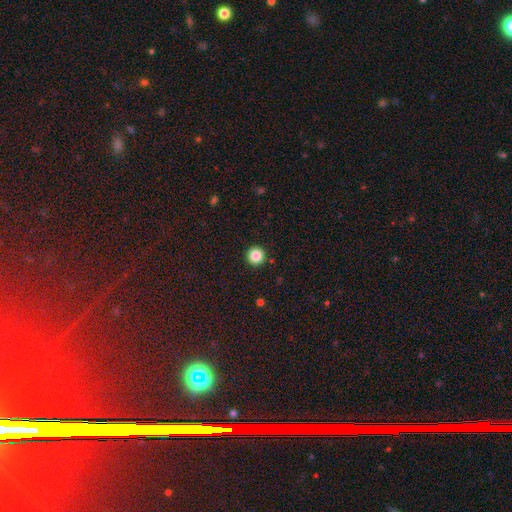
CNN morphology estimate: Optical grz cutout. It shows a smooth galaxy with no disk features (86%) that is round (96%). Merging: none (93%).